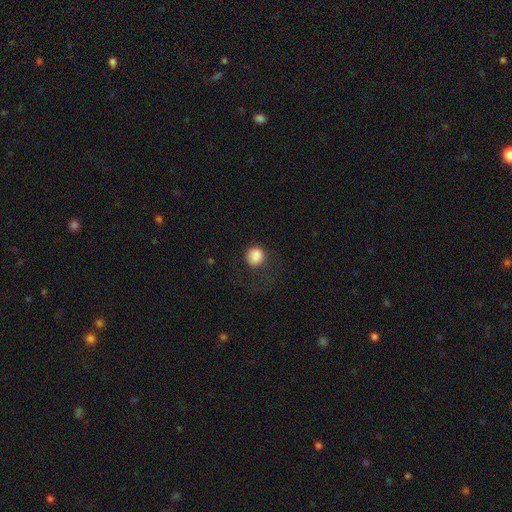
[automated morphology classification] smooth-or-featured: smooth: 86% | star or artifact: 10% | featured or disk: 5%
  how-rounded: round: 89% | in between: 10% | cigar-shaped: 1%
  merging: none: 66% | minor disturbance: 16% | major disturbance: 15% | merger: 2%